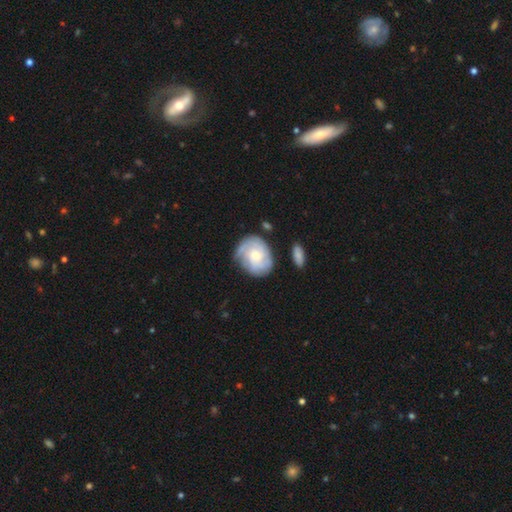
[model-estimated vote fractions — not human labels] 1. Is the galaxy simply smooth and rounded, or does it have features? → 66% featured or disk, 28% smooth, 6% star or artifact.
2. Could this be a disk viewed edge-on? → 97% no, 3% yes.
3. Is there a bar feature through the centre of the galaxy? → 73% no, 24% weak, 3% strong.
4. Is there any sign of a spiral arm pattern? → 88% yes, 12% no.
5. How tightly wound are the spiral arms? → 60% tight, 29% medium, 11% loose.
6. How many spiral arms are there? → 43% can't tell, 20% 2, 18% 3, 8% 4, 6% 1, 4% more than 4.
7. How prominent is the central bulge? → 51% small, 42% moderate, 4% large, 2% none, 1% dominant.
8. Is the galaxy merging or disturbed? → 65% none, 23% minor disturbance, 8% major disturbance, 4% merger.